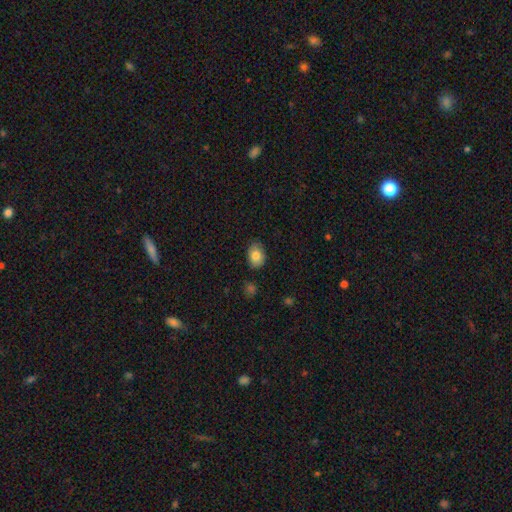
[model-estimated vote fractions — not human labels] Morphology: type=smooth (83%); roundness=in between (78%); merging=none (82%).